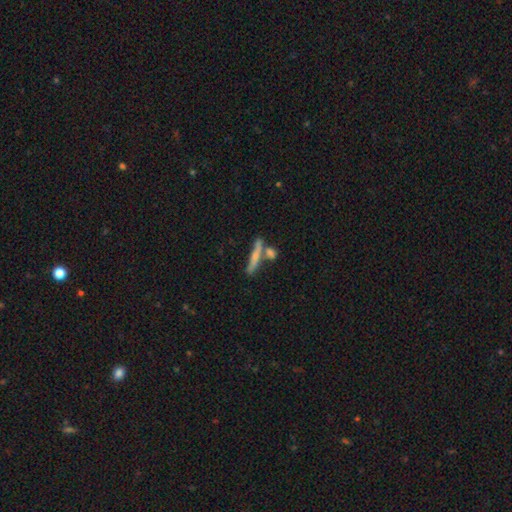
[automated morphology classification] type=smooth (55%); roundness=cigar-shaped (87%); merging=none (61%).